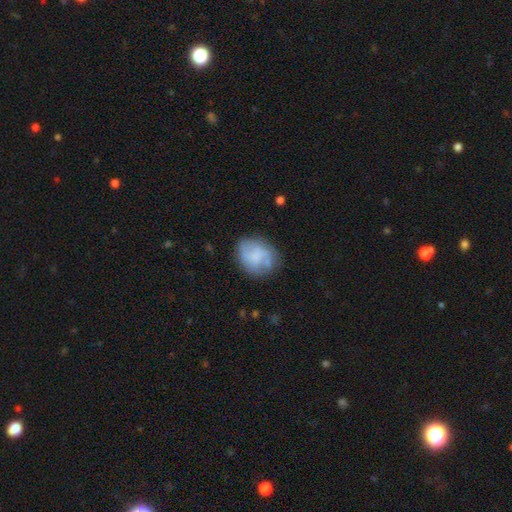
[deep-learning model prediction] A smooth galaxy with no disk features (49%). Merging: none (62%).